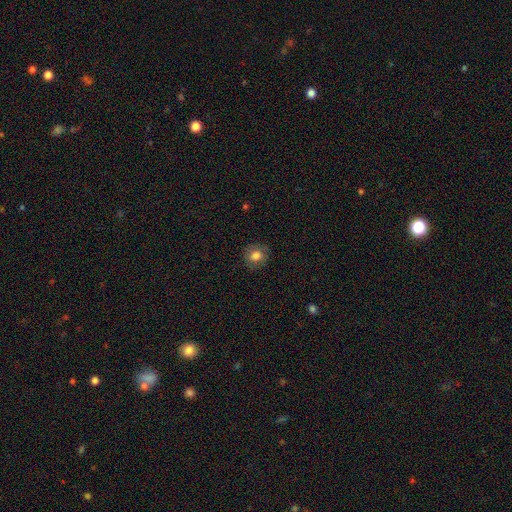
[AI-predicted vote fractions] The model was most divided on "how rounded": round: 81%, in between: 18%, cigar-shaped: 1%. More confident: merging — none (84%); smooth or featured — smooth (79%).